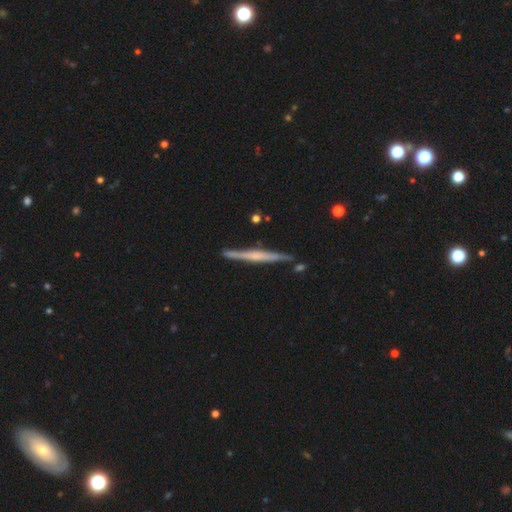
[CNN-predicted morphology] Smooth or featured: featured or disk — 69% (smooth — 26%)
Edge-on disk: yes — 98% (no — 2%)
Edge-on bulge: none — 46% (rounded — 37%)
Merging: none — 86% (minor disturbance — 10%)